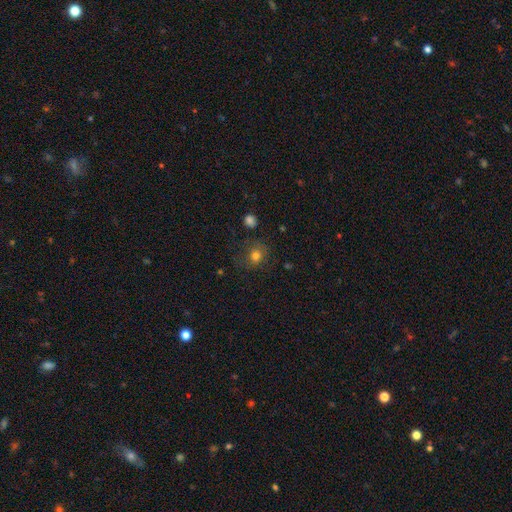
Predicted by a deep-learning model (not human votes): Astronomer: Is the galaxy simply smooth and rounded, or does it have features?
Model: smooth — 74%.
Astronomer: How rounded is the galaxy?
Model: round — 75%.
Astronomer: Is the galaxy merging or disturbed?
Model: none — 67%.